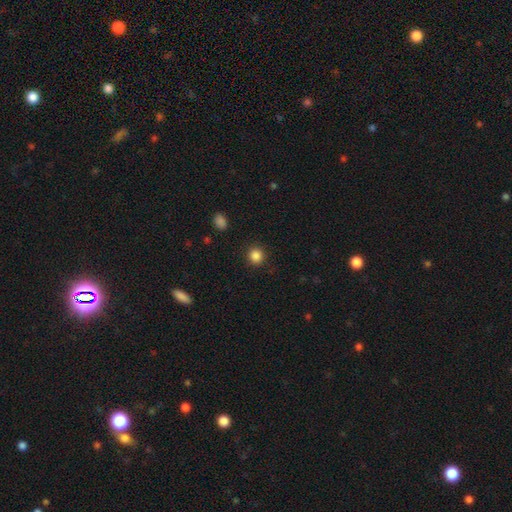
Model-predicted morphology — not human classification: Overall: smooth (86%). How rounded: round (92%). Merging: none (91%).